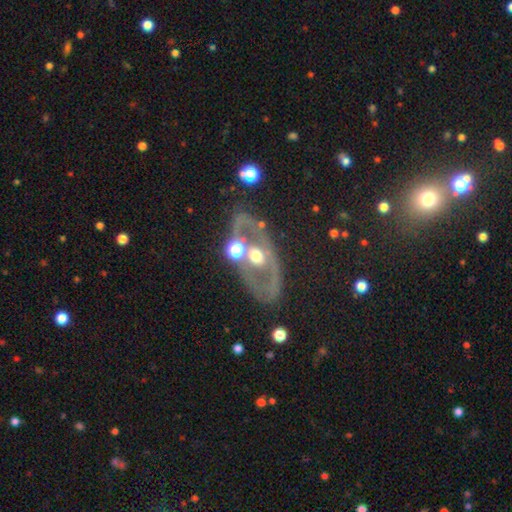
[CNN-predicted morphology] Q: Smooth or featured?
A: featured or disk (67%); runner-up: smooth (23%)
Q: Edge-on disk?
A: no (90%); runner-up: yes (10%)
Q: Bar?
A: no (78%); runner-up: weak (14%)
Q: Spiral arms?
A: no (70%); runner-up: yes (30%)
Q: Bulge size?
A: moderate (71%); runner-up: large (14%)
Q: Merging?
A: none (60%); runner-up: minor disturbance (16%)